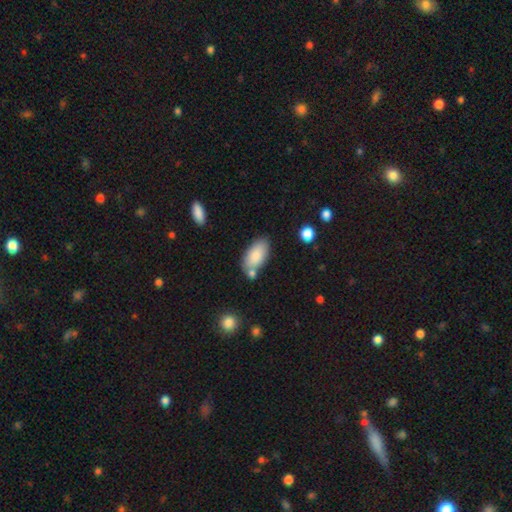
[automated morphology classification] Smooth or featured: smooth — 85% (featured or disk — 9%)
How rounded: in between — 93% (cigar-shaped — 4%)
Merging: none — 64% (minor disturbance — 16%)